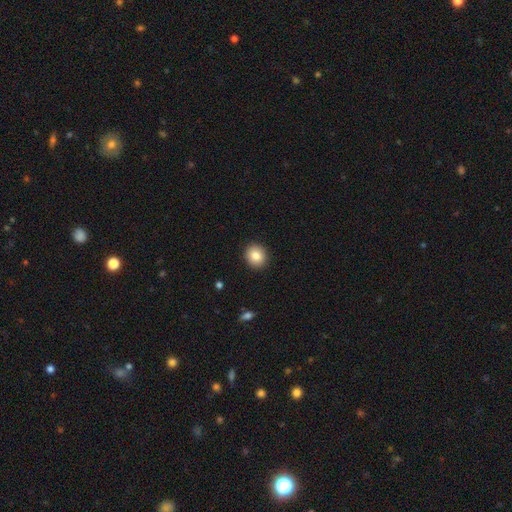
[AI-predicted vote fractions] This appears to be a smooth galaxy with no disk features (84%) that is round (83%). Merging: none (92%).